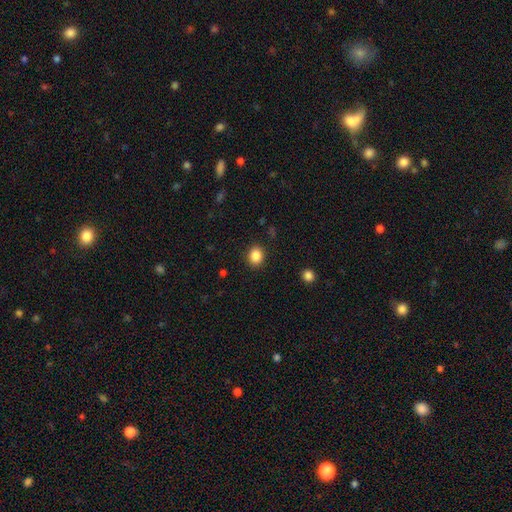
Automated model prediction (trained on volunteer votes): Smooth or featured? smooth (86%)
How rounded? round (61%)
Merging? none (90%)